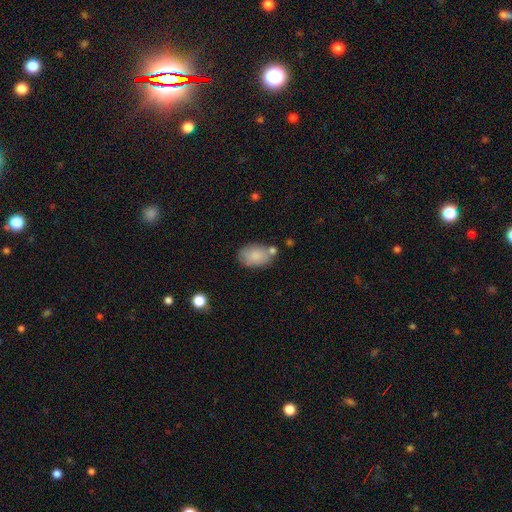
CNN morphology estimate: This appears to be a smooth galaxy with no disk features (84%) that is in between round and cigar-shaped (89%). Merging: none (63%).